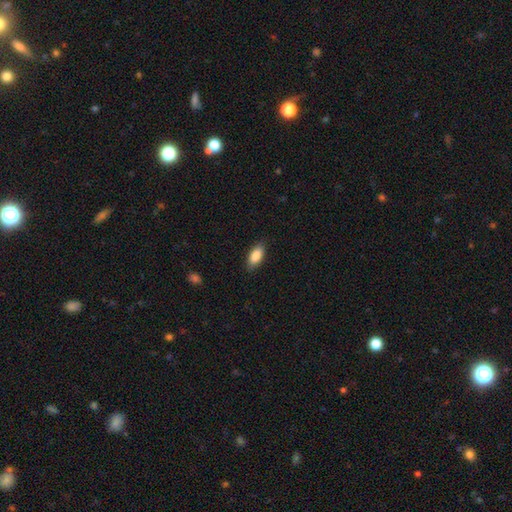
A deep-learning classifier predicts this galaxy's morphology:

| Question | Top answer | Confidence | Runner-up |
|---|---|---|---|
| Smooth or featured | smooth | 87% | featured or disk (7%) |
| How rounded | in between | 88% | cigar-shaped (9%) |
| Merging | none | 86% | minor disturbance (11%) |